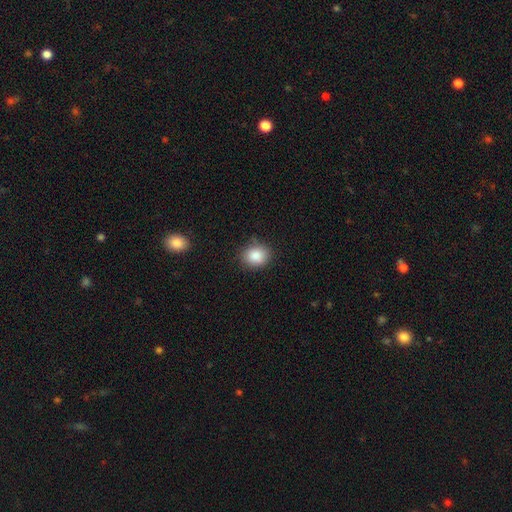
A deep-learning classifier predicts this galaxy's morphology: smooth_or_featured: smooth (p=0.86) [alt: star or artifact p=0.09]
how_rounded: round (p=0.58) [alt: in between p=0.41]
merging: none (p=0.82) [alt: minor disturbance p=0.14]